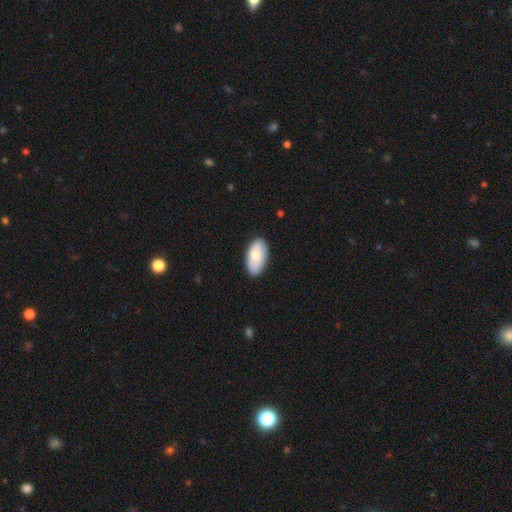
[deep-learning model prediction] This is likely a smooth galaxy (78%). How rounded: clearly in between (95%). Merging: clearly none (86%).